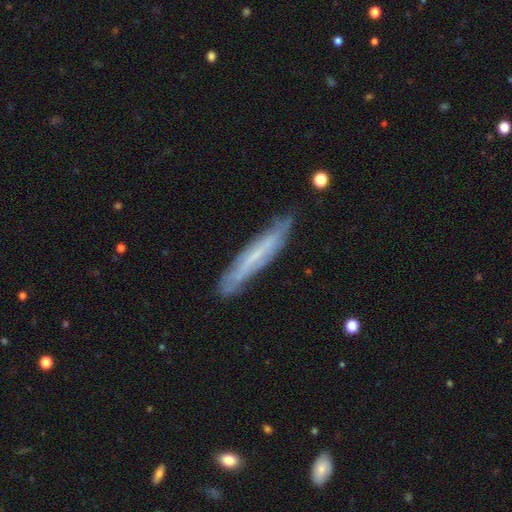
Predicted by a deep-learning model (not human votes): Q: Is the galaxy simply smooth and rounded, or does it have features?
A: featured or disk — 58%.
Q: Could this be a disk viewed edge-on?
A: yes — 66%.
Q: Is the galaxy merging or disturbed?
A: none — 80%.